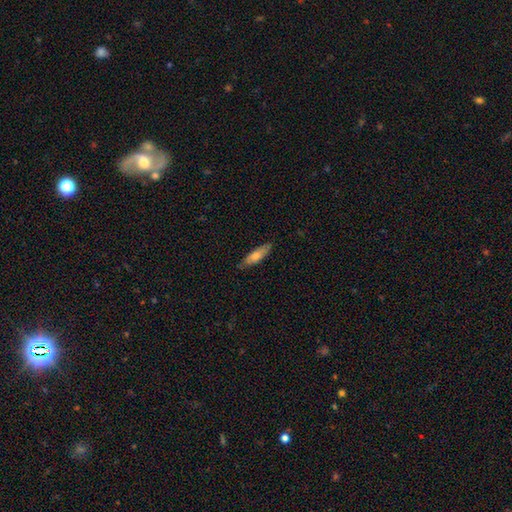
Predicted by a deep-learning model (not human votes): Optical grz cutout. It shows a smooth galaxy with no disk features (61%) that is cigar-shaped (68%). Merging: none (83%).